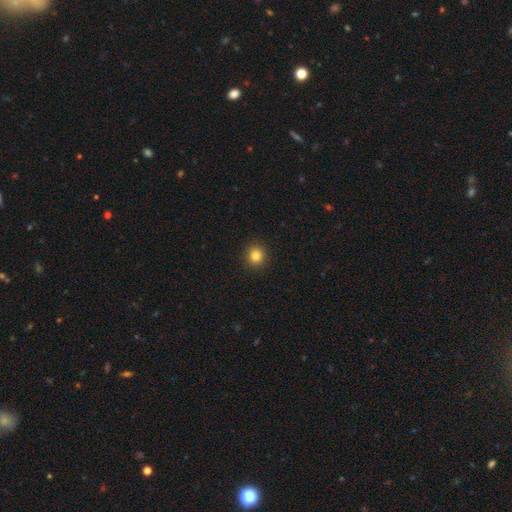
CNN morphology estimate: smooth 84%, star or artifact 11%, featured or disk 5%. Down the decision tree: how rounded — round (91%); merging — none (92%).